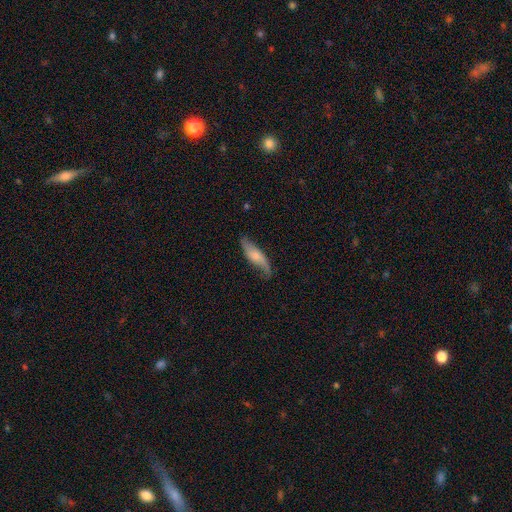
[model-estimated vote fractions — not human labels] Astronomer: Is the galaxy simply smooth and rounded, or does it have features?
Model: featured or disk — 47%, tied with smooth at 47%.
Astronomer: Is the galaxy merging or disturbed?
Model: none — 65%.